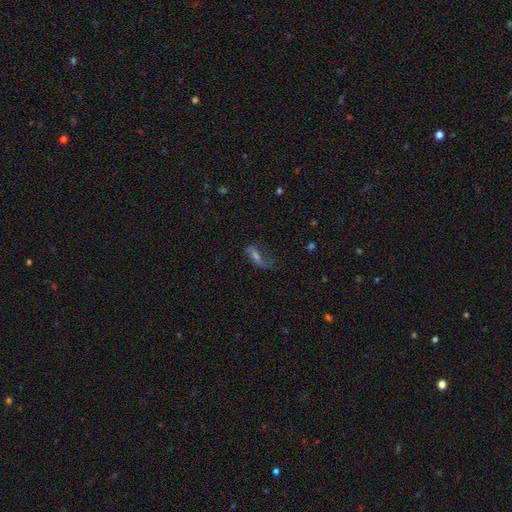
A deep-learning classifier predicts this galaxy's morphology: The model was most divided on "merging": none: 49%, major disturbance: 26%, minor disturbance: 22%, merger: 3%. More confident: edge-on disk — no (82%); smooth or featured — featured or disk (56%).